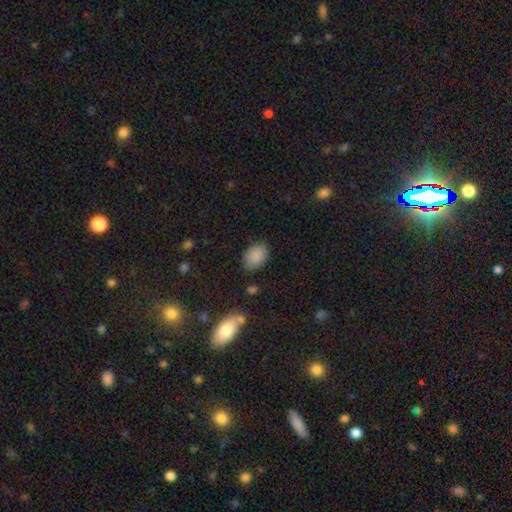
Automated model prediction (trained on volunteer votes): Smooth or featured? smooth (87%)
How rounded? in between (84%)
Merging? none (81%)